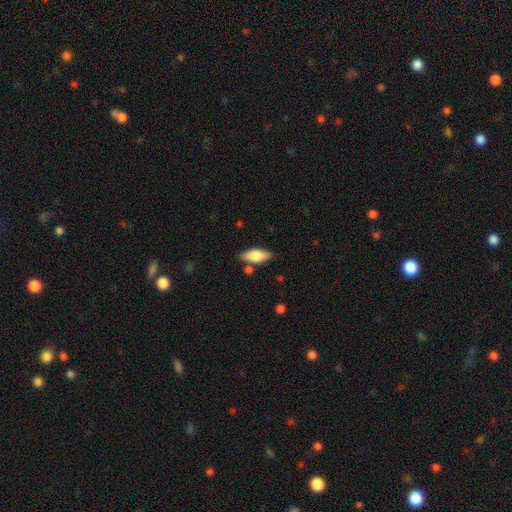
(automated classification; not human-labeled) smooth-or-featured: smooth: 77% | featured or disk: 17% | star or artifact: 6%
  how-rounded: in between: 79% | cigar-shaped: 18% | round: 2%
  merging: none: 78% | minor disturbance: 13% | merger: 5% | major disturbance: 3%